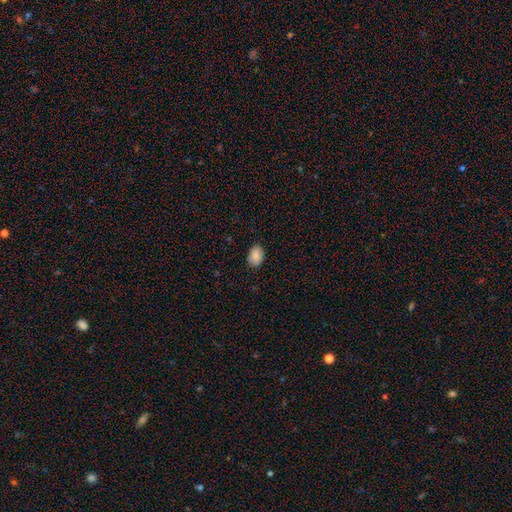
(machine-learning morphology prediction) A smooth galaxy with no disk features (88%) that is in between round and cigar-shaped (78%).

Vote fractions:
- Smooth or featured? smooth: 88% / star or artifact: 8% / featured or disk: 5%
- How rounded? in between: 78% / round: 21% / cigar-shaped: 1%
- Merging? none: 86% / minor disturbance: 11% / major disturbance: 2% / merger: 1%